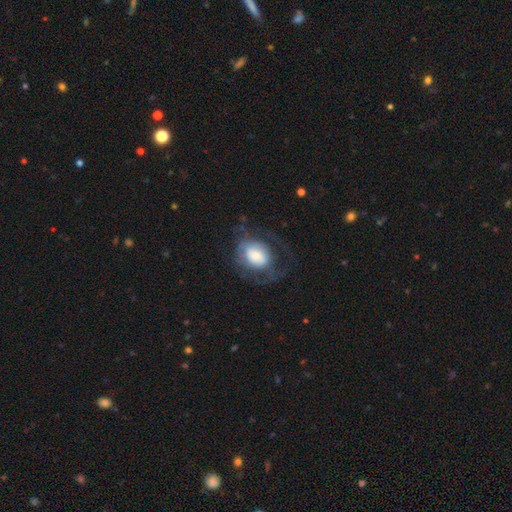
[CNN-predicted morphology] This is possibly a smooth galaxy (49%). Merging: marginally none (42%).